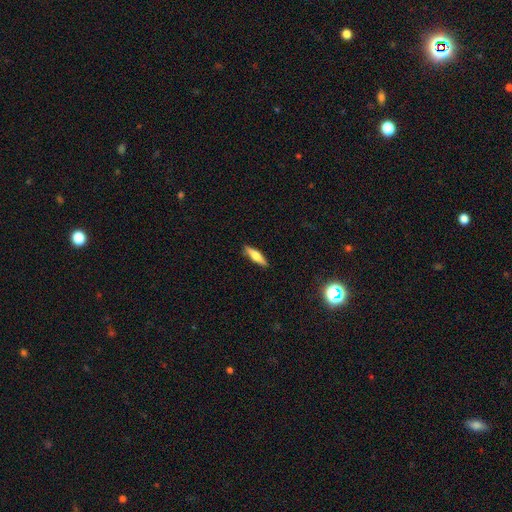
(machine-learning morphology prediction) The model was most divided on "smooth or featured": smooth: 56%, featured or disk: 38%, star or artifact: 6%. More confident: merging — none (87%); how rounded — cigar-shaped (70%).